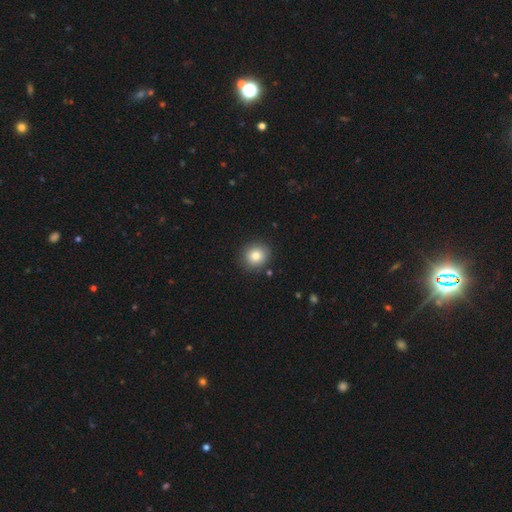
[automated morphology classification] smooth-or-featured: smooth: 82% | star or artifact: 10% | featured or disk: 8%
  how-rounded: round: 87% | in between: 12% | cigar-shaped: 1%
  merging: none: 88% | minor disturbance: 8% | major disturbance: 2% | merger: 2%